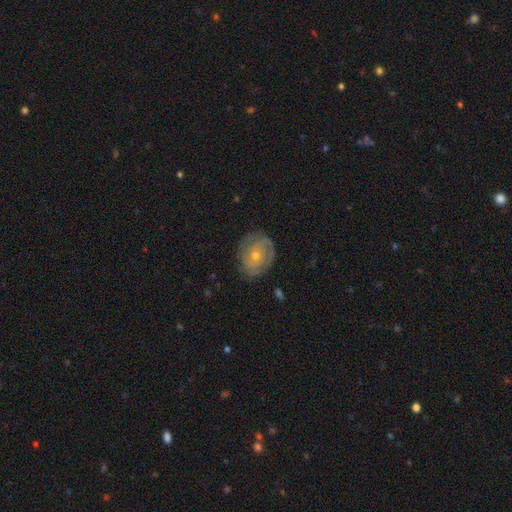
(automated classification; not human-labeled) A featured or disk galaxy (67%) with no bar (81%), tight (67%) spiral arms (79%) and a small central bulge (56%).

Vote fractions:
- Smooth or featured? featured or disk: 67% / smooth: 25% / star or artifact: 9%
- Edge-on disk? no: 96% / yes: 4%
- Bar? no: 81% / weak: 16% / strong: 3%
- Spiral arms? yes: 79% / no: 21%
- Spiral winding? tight: 67% / medium: 25% / loose: 8%
- Spiral arm count? can't tell: 46% / 2: 27% / 3: 13% / 1: 5% / 4: 5% / more than 4: 4%
- Bulge size? small: 56% / moderate: 41% / large: 1% / none: 1% / dominant: 1%
- Merging? none: 77% / minor disturbance: 17% / major disturbance: 5% / merger: 1%